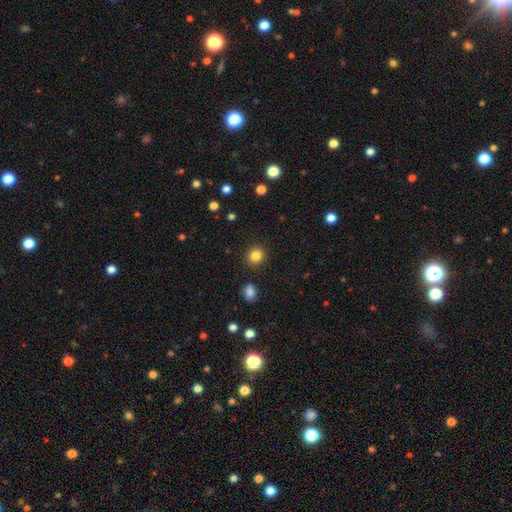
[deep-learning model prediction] A smooth galaxy with no disk features (84%) that is round (85%).

Vote fractions:
- Smooth or featured? smooth: 84% / star or artifact: 11% / featured or disk: 4%
- How rounded? round: 85% / in between: 14% / cigar-shaped: 1%
- Merging? none: 90% / minor disturbance: 6% / major disturbance: 2% / merger: 2%